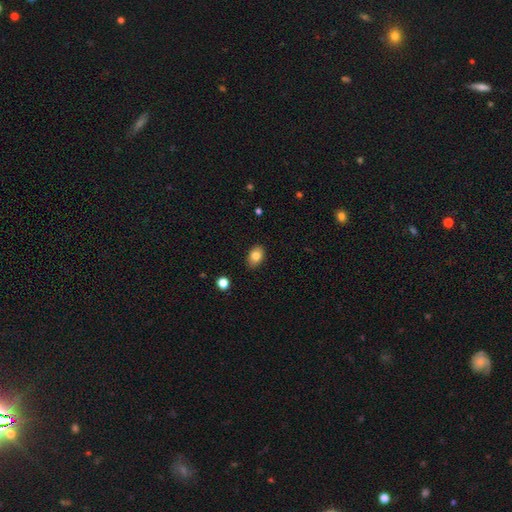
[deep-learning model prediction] Q: Smooth or featured?
A: smooth (82%); runner-up: featured or disk (9%)
Q: How rounded?
A: in between (82%); runner-up: round (17%)
Q: Merging?
A: none (87%); runner-up: minor disturbance (10%)